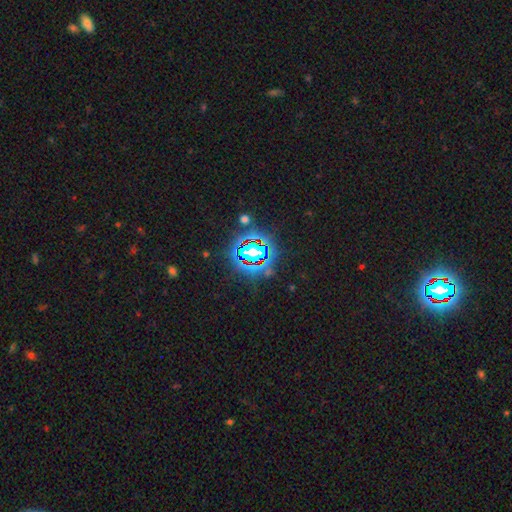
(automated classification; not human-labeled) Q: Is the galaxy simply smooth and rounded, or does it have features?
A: star or artifact — 73%.